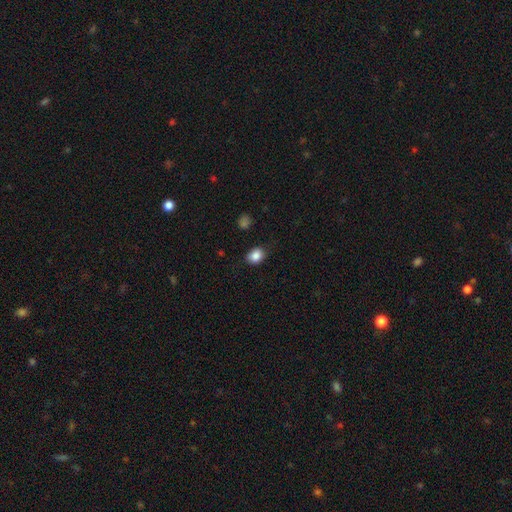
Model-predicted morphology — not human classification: type=smooth (86%); roundness=in between (60%); merging=none (82%).